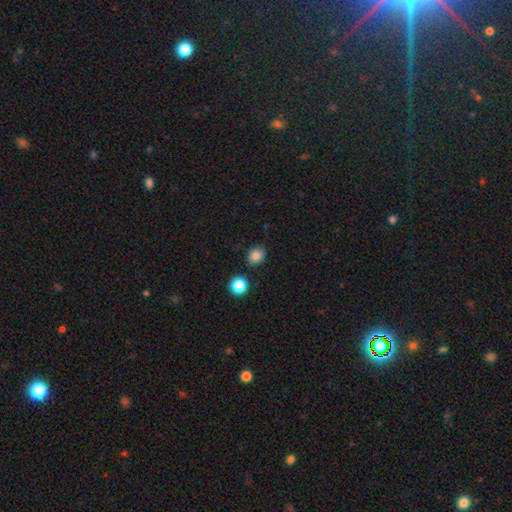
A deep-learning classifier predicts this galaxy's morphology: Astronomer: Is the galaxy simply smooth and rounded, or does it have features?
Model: smooth — 83%.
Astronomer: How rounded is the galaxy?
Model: round — 60% (runner-up: in between, 39%).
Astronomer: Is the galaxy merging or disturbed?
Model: none — 83%.